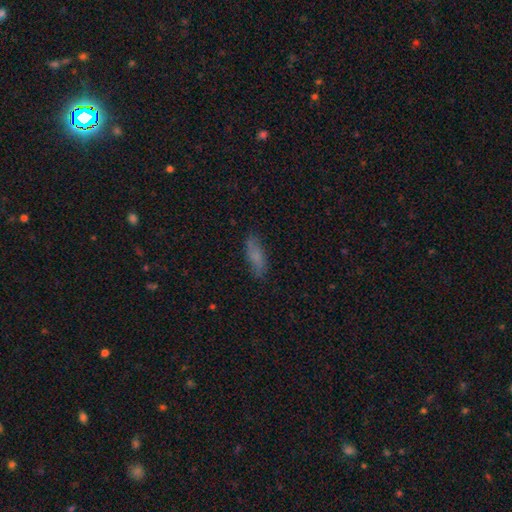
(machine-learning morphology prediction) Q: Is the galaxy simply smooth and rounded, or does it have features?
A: smooth — 75%.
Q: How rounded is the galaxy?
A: in between — 55%.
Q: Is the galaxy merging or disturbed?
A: none — 80%.